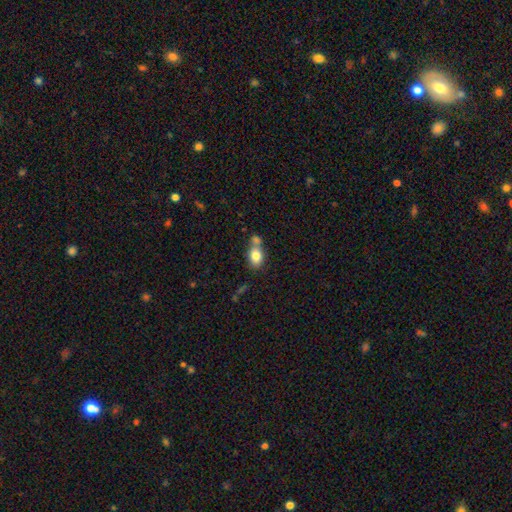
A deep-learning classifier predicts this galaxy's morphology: Q: Smooth or featured?
A: smooth (81%); runner-up: featured or disk (11%)
Q: How rounded?
A: in between (77%); runner-up: round (21%)
Q: Merging?
A: none (44%); runner-up: merger (40%)